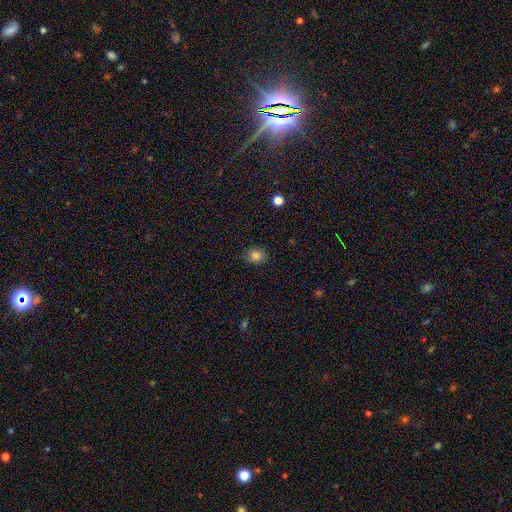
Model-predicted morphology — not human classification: A smooth galaxy with no disk features (84%) that is round (67%).

Vote fractions:
- Smooth or featured? smooth: 84% / star or artifact: 12% / featured or disk: 5%
- How rounded? round: 67% / in between: 32% / cigar-shaped: 1%
- Merging? none: 84% / minor disturbance: 12% / major disturbance: 3% / merger: 1%